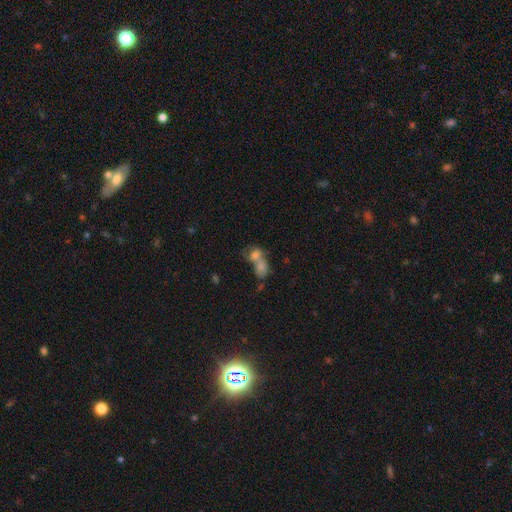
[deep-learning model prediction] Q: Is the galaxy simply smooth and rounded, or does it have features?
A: smooth — 69%.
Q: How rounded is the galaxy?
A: in between — 61%.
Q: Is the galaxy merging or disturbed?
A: merger — 72%.